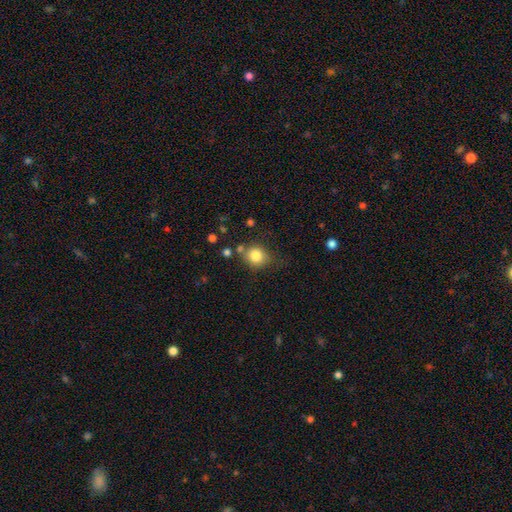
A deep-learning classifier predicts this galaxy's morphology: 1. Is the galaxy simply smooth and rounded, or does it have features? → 82% smooth, 11% star or artifact, 8% featured or disk.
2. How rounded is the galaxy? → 81% round, 18% in between, 1% cigar-shaped.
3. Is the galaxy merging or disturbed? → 64% none, 21% minor disturbance, 9% merger, 7% major disturbance.